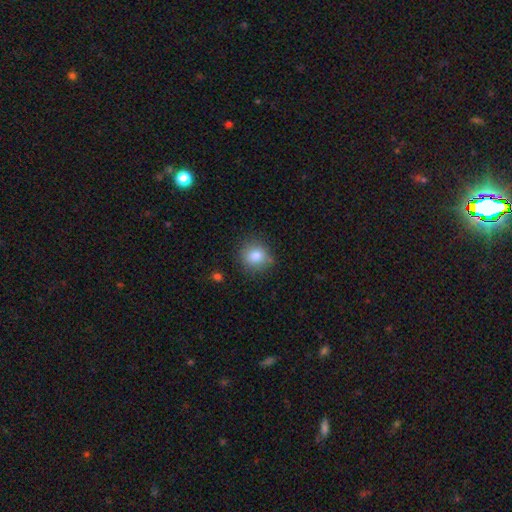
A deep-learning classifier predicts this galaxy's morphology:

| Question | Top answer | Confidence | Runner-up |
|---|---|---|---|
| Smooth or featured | smooth | 84% | star or artifact (10%) |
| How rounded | round | 81% | in between (18%) |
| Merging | none | 81% | minor disturbance (13%) |